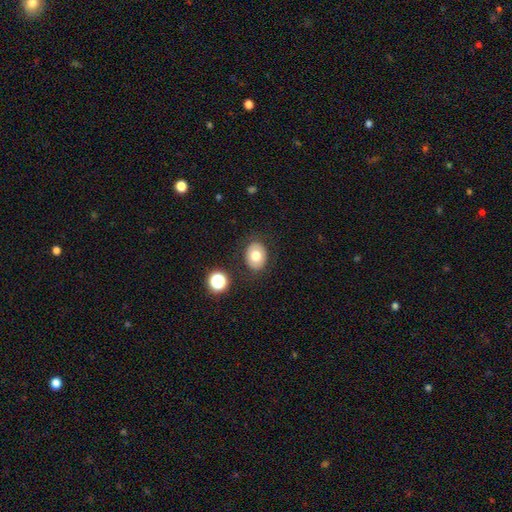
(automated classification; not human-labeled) Smooth or featured? Predicted: smooth (p=0.73). How rounded? Predicted: in between (p=0.58). Merging? Predicted: none (p=0.84).